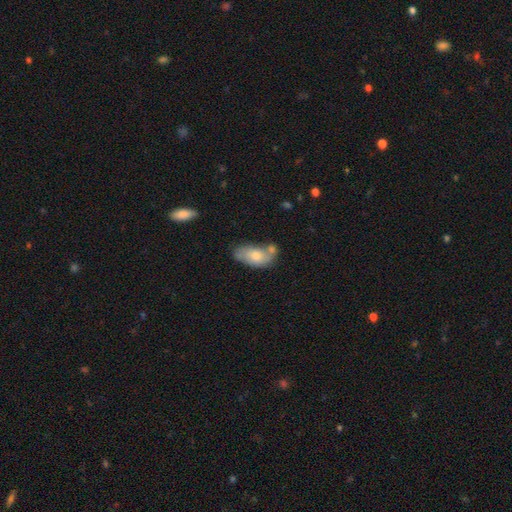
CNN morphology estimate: Smooth or featured? Predicted: smooth (p=0.63). How rounded? Predicted: in between (p=0.91). Merging? Predicted: none (p=0.41).